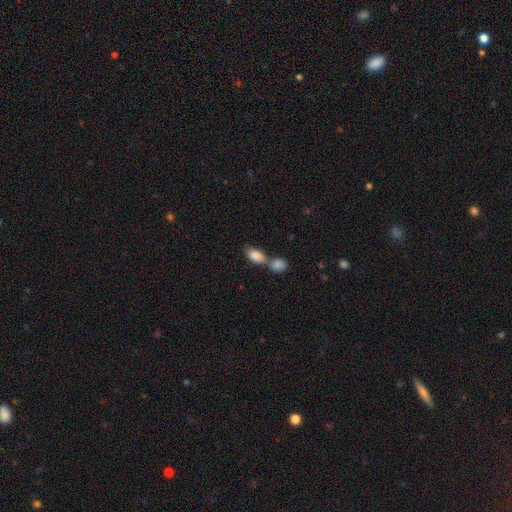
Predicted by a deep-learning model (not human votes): Q: Smooth or featured?
A: smooth (87%); runner-up: star or artifact (7%)
Q: How rounded?
A: in between (90%); runner-up: round (7%)
Q: Merging?
A: merger (55%); runner-up: none (33%)